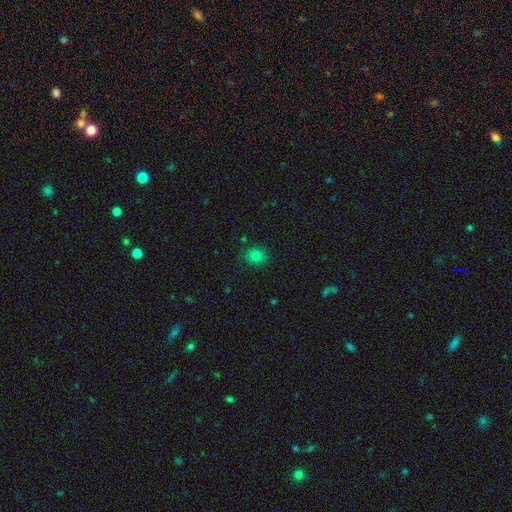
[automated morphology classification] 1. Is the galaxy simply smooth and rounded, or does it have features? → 80% smooth, 14% star or artifact, 6% featured or disk.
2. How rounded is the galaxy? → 64% round, 36% in between, 1% cigar-shaped.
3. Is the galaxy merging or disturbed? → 84% none, 12% minor disturbance, 3% major disturbance, 2% merger.